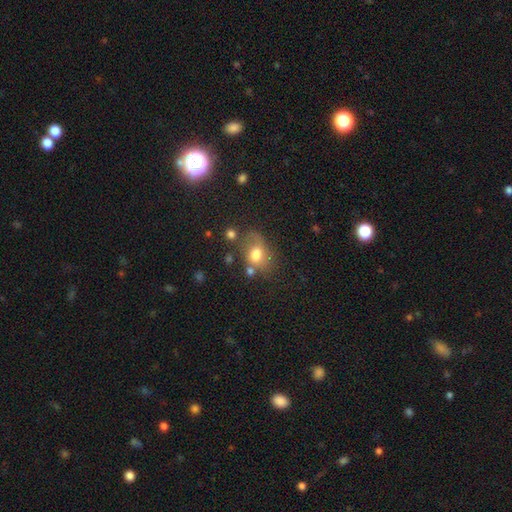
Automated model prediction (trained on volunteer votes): A smooth galaxy with no disk features (68%) that is in between round and cigar-shaped (66%).

Vote fractions:
- Smooth or featured? smooth: 68% / featured or disk: 19% / star or artifact: 12%
- How rounded? in between: 66% / round: 33% / cigar-shaped: 1%
- Merging? none: 46% / minor disturbance: 26% / major disturbance: 15% / merger: 14%